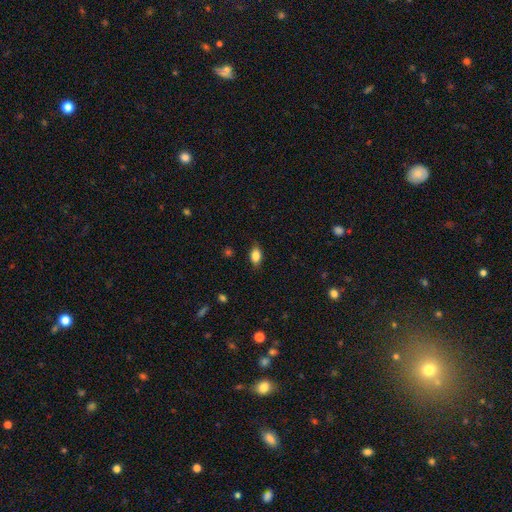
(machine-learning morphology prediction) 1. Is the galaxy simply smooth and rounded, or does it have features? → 84% smooth, 8% star or artifact, 8% featured or disk.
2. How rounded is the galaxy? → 87% in between, 9% round, 4% cigar-shaped.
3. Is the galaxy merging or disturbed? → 84% none, 12% minor disturbance, 3% major disturbance, 1% merger.